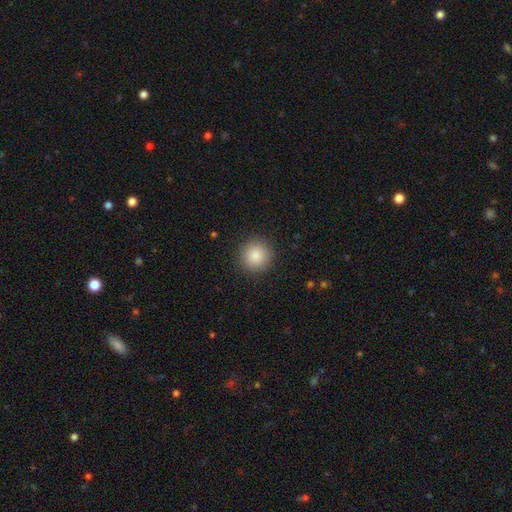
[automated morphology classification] A smooth galaxy with no disk features (87%) that is round (95%). Merging: none (91%).